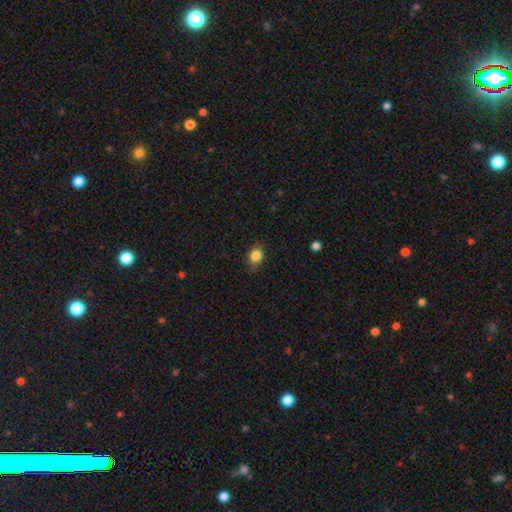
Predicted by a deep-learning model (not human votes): Smooth or featured? Predicted: smooth (p=0.83). How rounded? Predicted: round (p=0.54). Merging? Predicted: none (p=0.73).